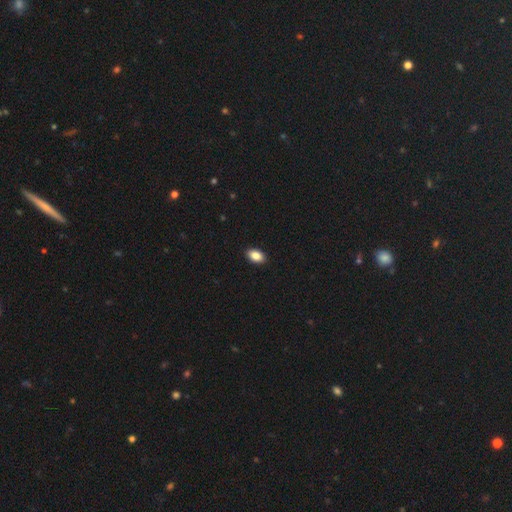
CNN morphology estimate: smooth-or-featured: smooth: 87% | star or artifact: 8% | featured or disk: 5%
  how-rounded: in between: 89% | round: 9% | cigar-shaped: 1%
  merging: none: 91% | minor disturbance: 7% | major disturbance: 2% | merger: 1%